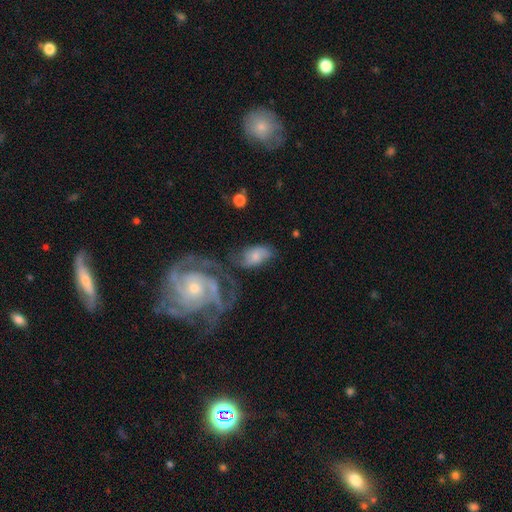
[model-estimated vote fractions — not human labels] featured or disk 49%, smooth 43%, star or artifact 8%. Down the decision tree: merging — none (44%).